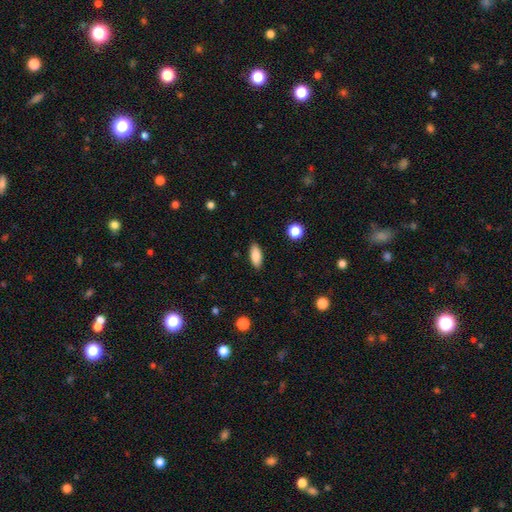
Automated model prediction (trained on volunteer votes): smooth 85%, featured or disk 8%, star or artifact 7%. Down the decision tree: how rounded — in between (80%); merging — none (89%).